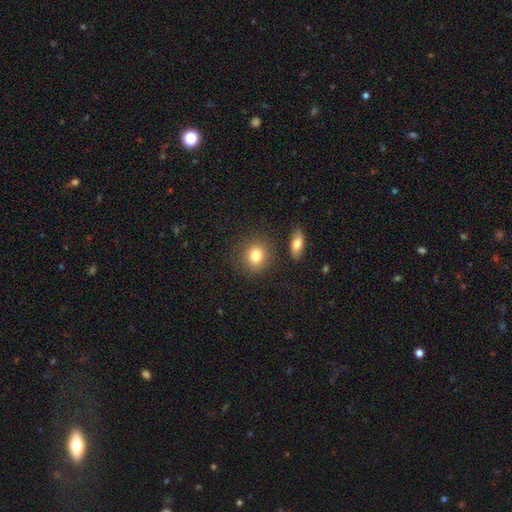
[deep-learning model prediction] A smooth galaxy with no disk features (81%) that is round (79%). Merging: none (82%).